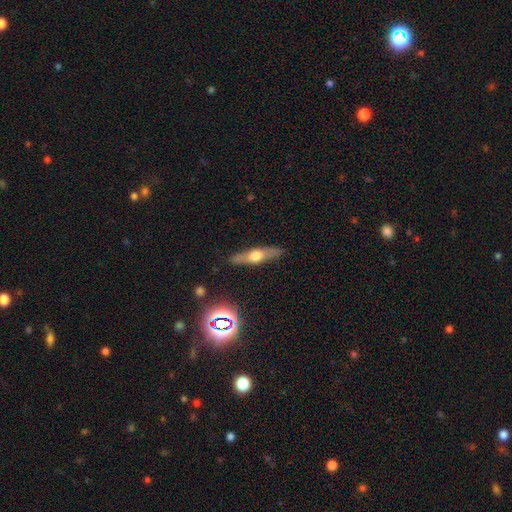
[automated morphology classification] Overall: featured or disk (55%; smooth 37%). Edge-on disk: yes (89%). Merging: none (88%).